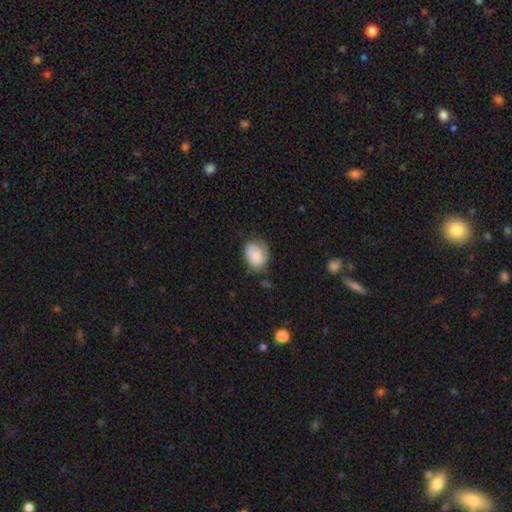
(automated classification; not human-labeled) Smooth or featured? Predicted: smooth (p=0.75). How rounded? Predicted: in between (p=0.55). Merging? Predicted: none (p=0.62).